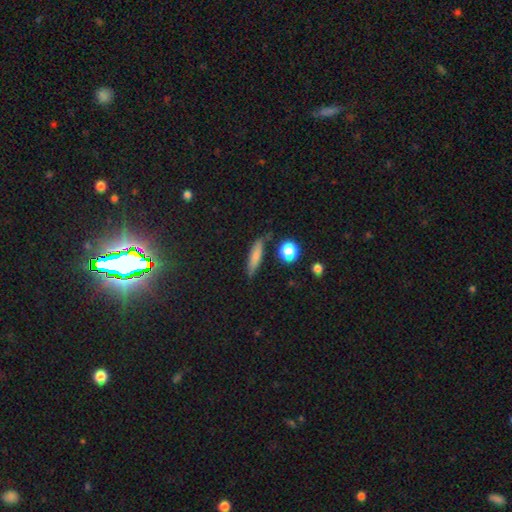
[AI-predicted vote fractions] A smooth galaxy with no disk features (74%) that is cigar-shaped (74%).

Vote fractions:
- Smooth or featured? smooth: 74% / featured or disk: 17% / star or artifact: 10%
- How rounded? cigar-shaped: 74% / in between: 21% / round: 4%
- Merging? none: 76% / minor disturbance: 16% / major disturbance: 4% / merger: 4%